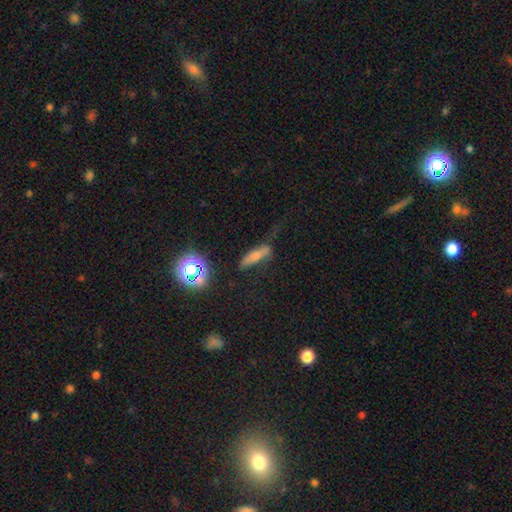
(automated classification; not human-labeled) smooth-or-featured: smooth: 61% | featured or disk: 23% | star or artifact: 16%
  how-rounded: cigar-shaped: 66% | in between: 29% | round: 5%
  merging: none: 52% | minor disturbance: 26% | major disturbance: 15% | merger: 6%